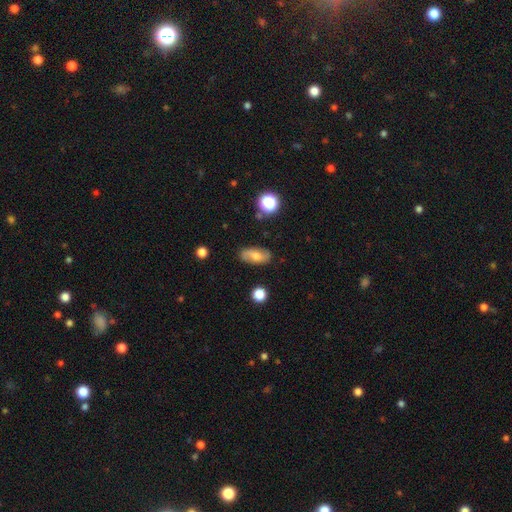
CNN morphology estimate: smooth 47%, featured or disk 44%, star or artifact 9%. Down the decision tree: merging — none (81%).